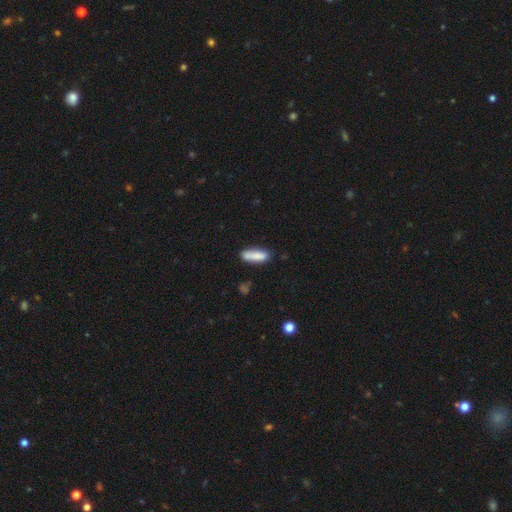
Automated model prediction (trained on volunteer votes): smooth_or_featured: smooth (p=0.85) [alt: featured or disk p=0.08]
how_rounded: cigar-shaped (p=0.54) [alt: in between p=0.44]
merging: none (p=0.75) [alt: minor disturbance p=0.18]